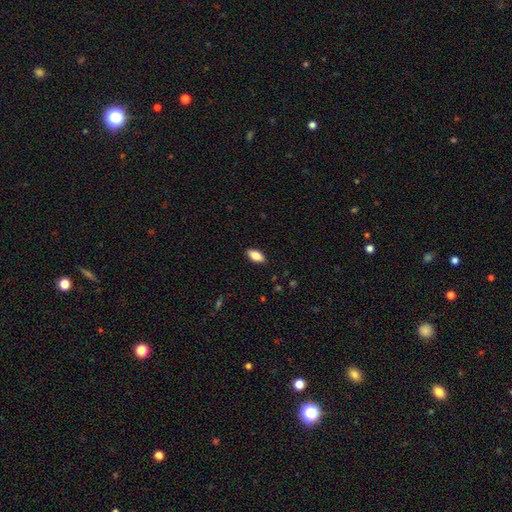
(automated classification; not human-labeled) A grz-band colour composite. It shows a smooth galaxy with no disk features (80%) that is in between round and cigar-shaped (90%). Merging: none (88%).